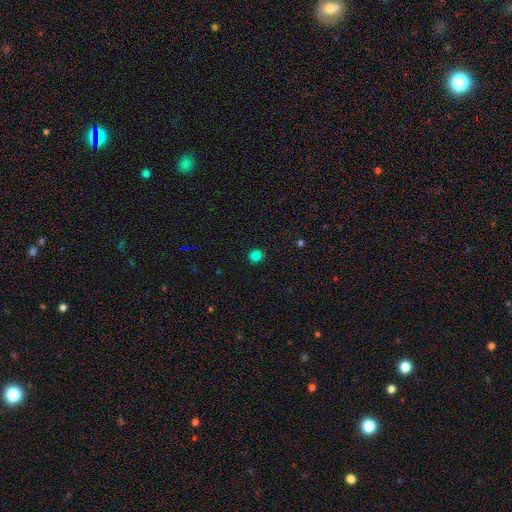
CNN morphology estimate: Smooth or featured? smooth (82%)
How rounded? round (92%)
Merging? none (91%)